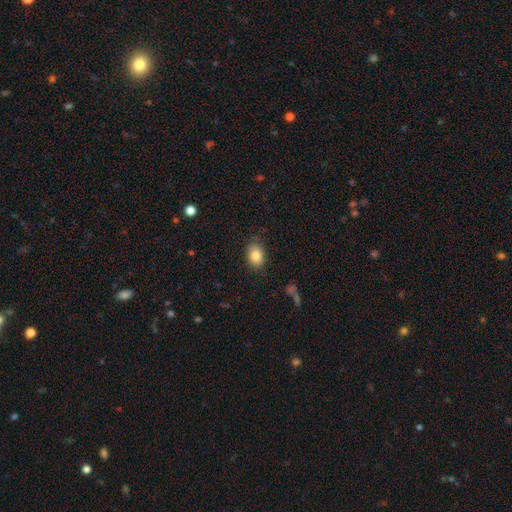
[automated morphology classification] A smooth galaxy with no disk features (84%) that is in between round and cigar-shaped (75%). Merging: none (84%).